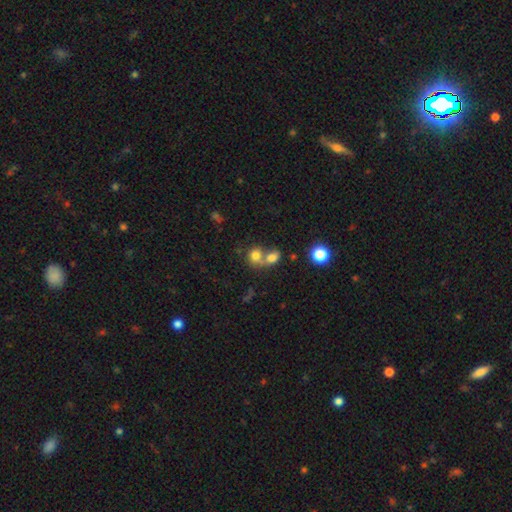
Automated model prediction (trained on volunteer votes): smooth_or_featured: smooth (p=0.74) [alt: featured or disk p=0.14]
how_rounded: round (p=0.65) [alt: in between p=0.34]
merging: merger (p=0.63) [alt: none p=0.27]